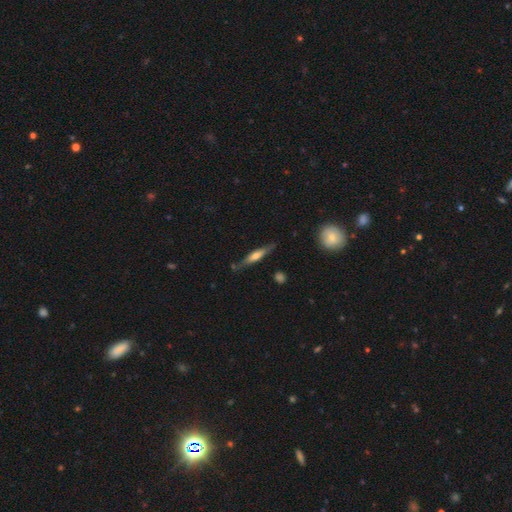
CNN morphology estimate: smooth-or-featured: featured or disk: 55% | smooth: 39% | star or artifact: 6%
  disk-edge-on: yes: 91% | no: 9%
  merging: none: 78% | minor disturbance: 15% | major disturbance: 3% | merger: 3%